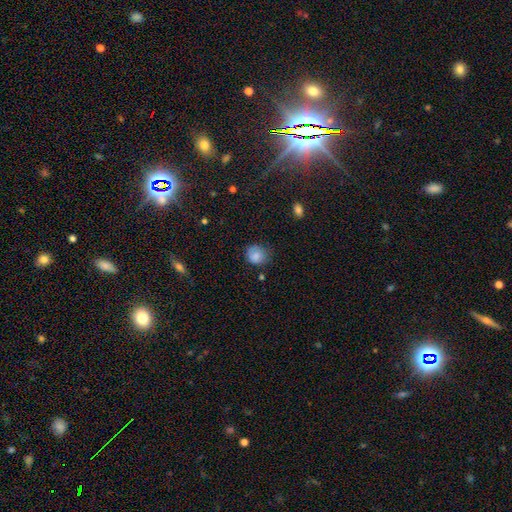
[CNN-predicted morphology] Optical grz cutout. It shows a smooth galaxy with no disk features (82%) that is round (76%). Merging: none (65%).